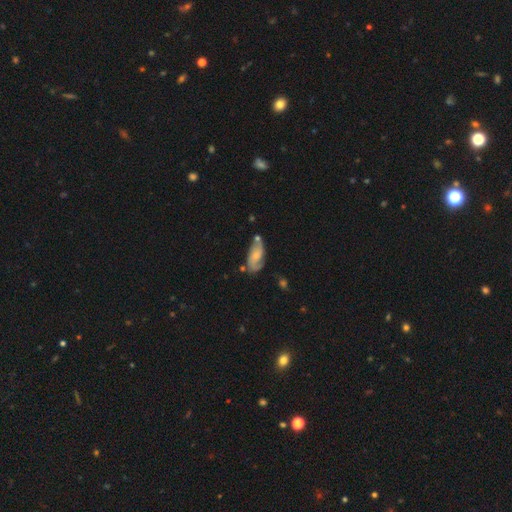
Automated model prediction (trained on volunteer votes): Smooth or featured? featured or disk (57%)
Edge-on disk? no (92%)
Bar? no (64%)
Spiral arms? yes (87%)
Bulge size? small (50%)
Merging? none (57%)